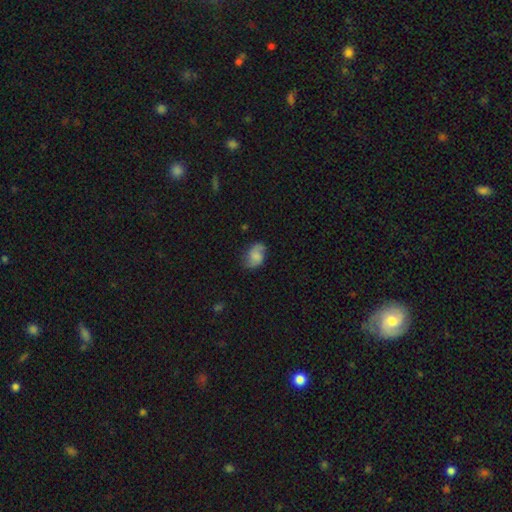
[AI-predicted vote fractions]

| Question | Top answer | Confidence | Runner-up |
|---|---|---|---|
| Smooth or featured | featured or disk | 46% | smooth (45%) |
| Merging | none | 68% | minor disturbance (23%) |